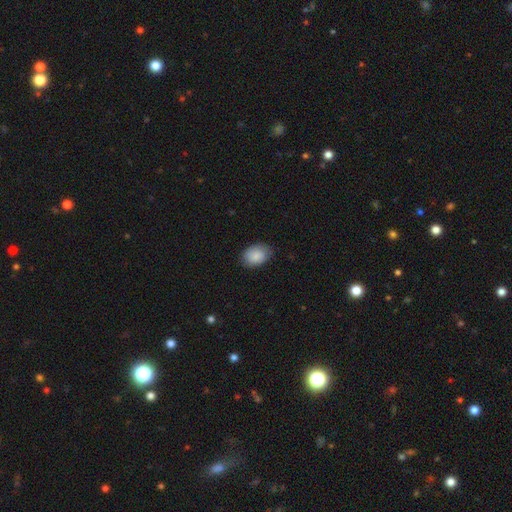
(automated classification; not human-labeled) Q: Smooth or featured?
A: smooth (87%); runner-up: star or artifact (7%)
Q: How rounded?
A: in between (78%); runner-up: round (21%)
Q: Merging?
A: none (79%); runner-up: minor disturbance (17%)